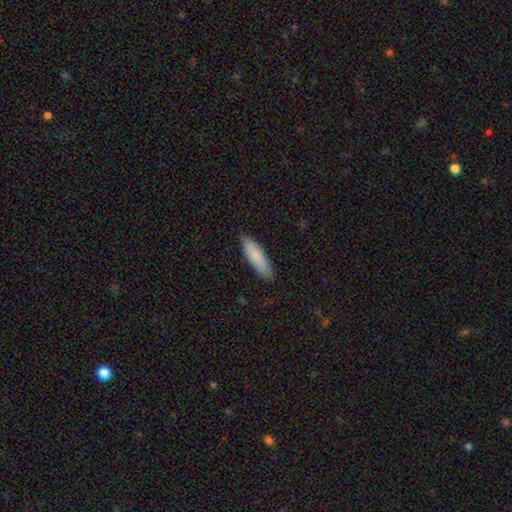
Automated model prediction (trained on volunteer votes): This appears to be a smooth galaxy with no disk features (84%) that is cigar-shaped (61%). Merging: none (87%).